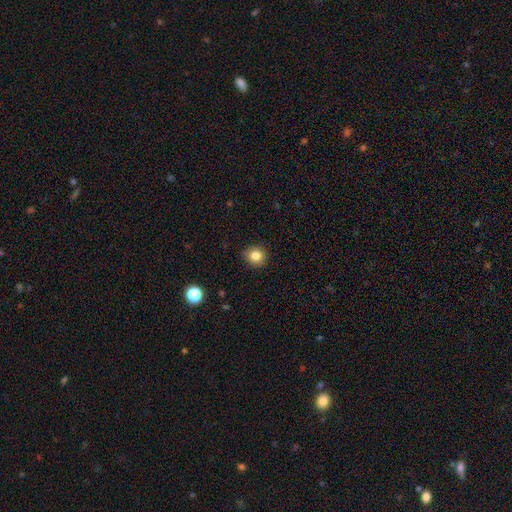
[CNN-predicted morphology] Smooth or featured? smooth (82%)
How rounded? round (88%)
Merging? none (90%)